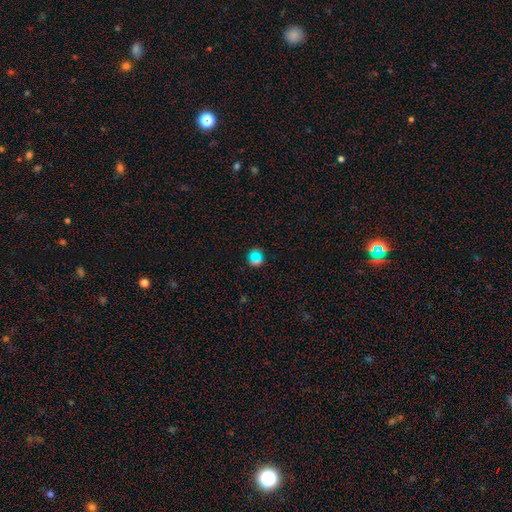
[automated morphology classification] The model was most divided on "smooth or featured": smooth: 64%, star or artifact: 28%, featured or disk: 8%. More confident: how rounded — round (87%); merging — none (84%).